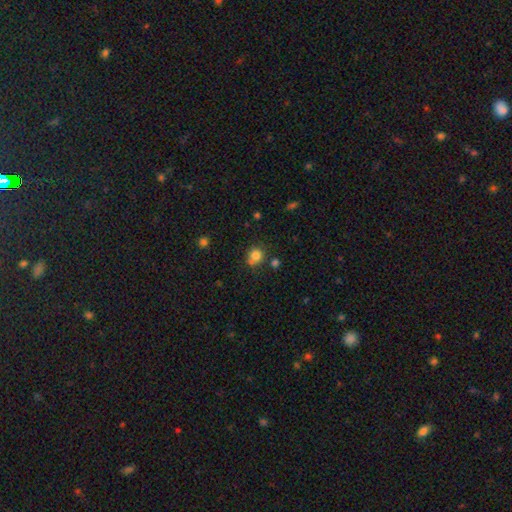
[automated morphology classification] Overall: smooth (81%). How rounded: round (85%). Merging: none (65%).